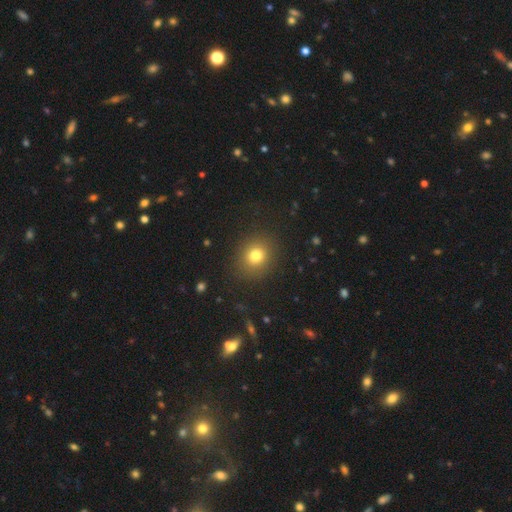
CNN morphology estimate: smooth_or_featured: smooth (p=0.78) [alt: star or artifact p=0.14]
how_rounded: round (p=0.79) [alt: in between p=0.21]
merging: none (p=0.88) [alt: minor disturbance p=0.07]